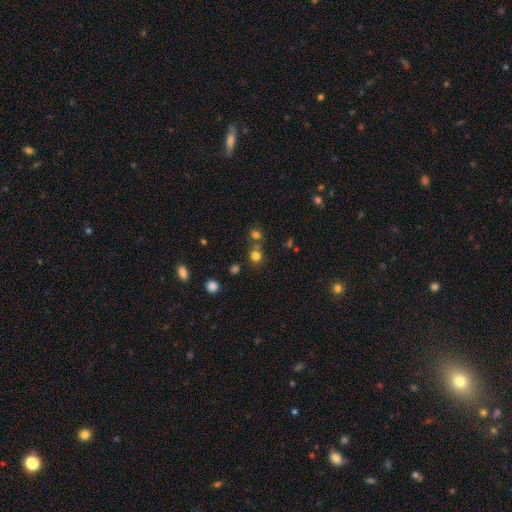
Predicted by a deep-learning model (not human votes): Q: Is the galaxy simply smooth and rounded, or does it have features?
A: smooth — 74%.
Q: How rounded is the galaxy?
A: round — 85%.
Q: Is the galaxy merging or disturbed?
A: none — 63%.